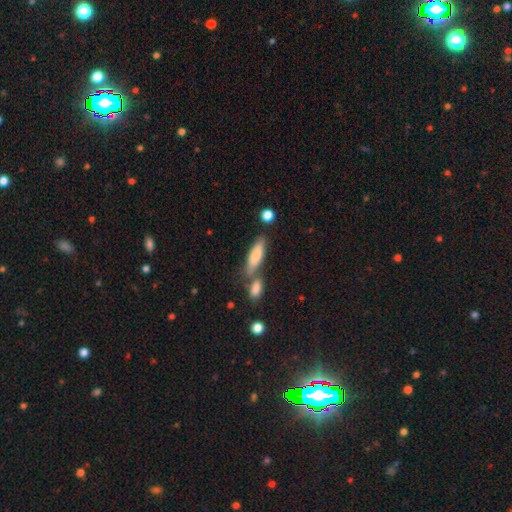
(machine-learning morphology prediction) Smooth or featured? smooth (80%)
How rounded? in between (50%)
Merging? none (50%)